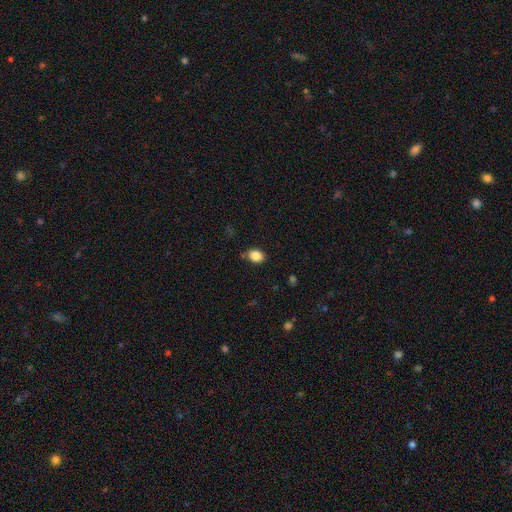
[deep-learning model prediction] Q: Smooth or featured?
A: smooth (86%); runner-up: star or artifact (9%)
Q: How rounded?
A: in between (65%); runner-up: round (34%)
Q: Merging?
A: none (81%); runner-up: minor disturbance (14%)